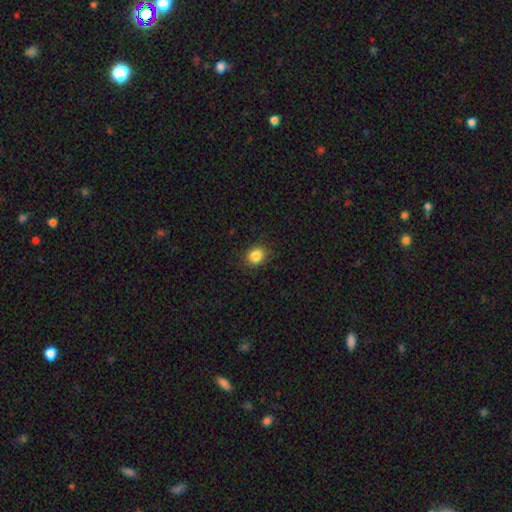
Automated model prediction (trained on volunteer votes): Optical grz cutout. It shows a smooth galaxy with no disk features (85%) that is round (68%). Merging: none (86%).